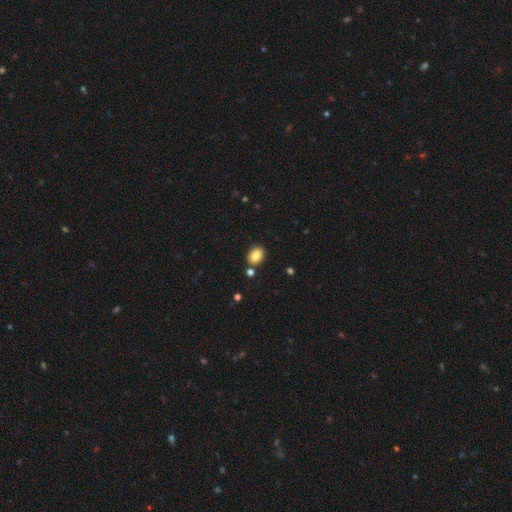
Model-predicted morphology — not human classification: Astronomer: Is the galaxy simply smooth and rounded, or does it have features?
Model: smooth — 85%.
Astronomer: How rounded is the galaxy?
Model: in between — 66%.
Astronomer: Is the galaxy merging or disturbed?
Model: none — 81%.